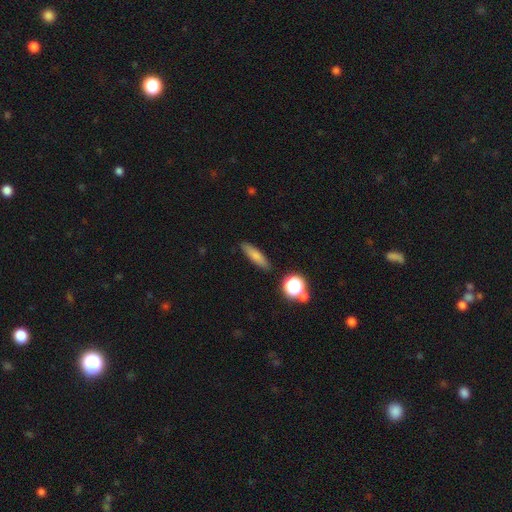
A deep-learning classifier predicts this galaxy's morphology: This is likely a smooth galaxy (76%). How rounded: likely cigar-shaped (64%). Merging: clearly none (87%).